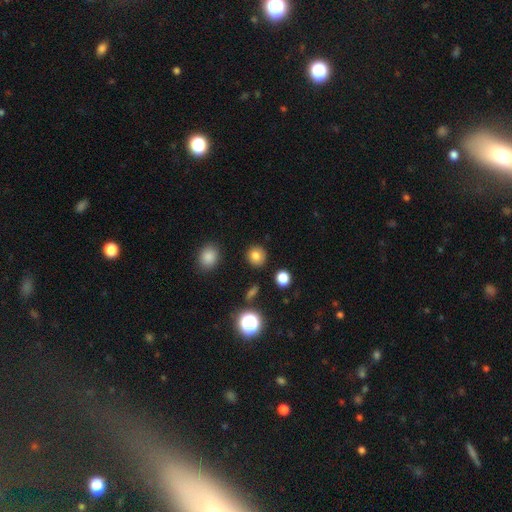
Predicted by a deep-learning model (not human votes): Smooth or featured? smooth (80%)
How rounded? round (87%)
Merging? none (89%)